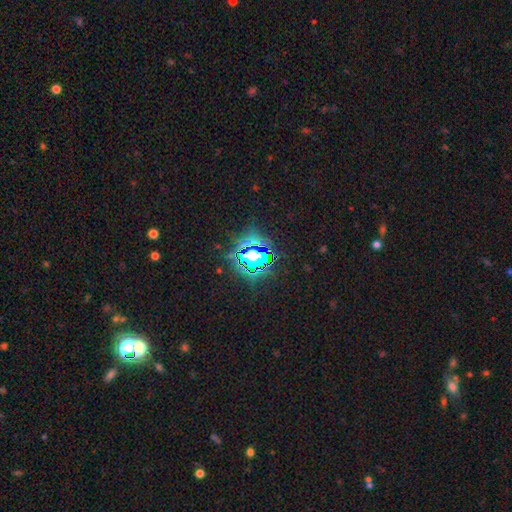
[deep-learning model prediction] smooth-or-featured: star or artifact: 71% | smooth: 18% | featured or disk: 11%